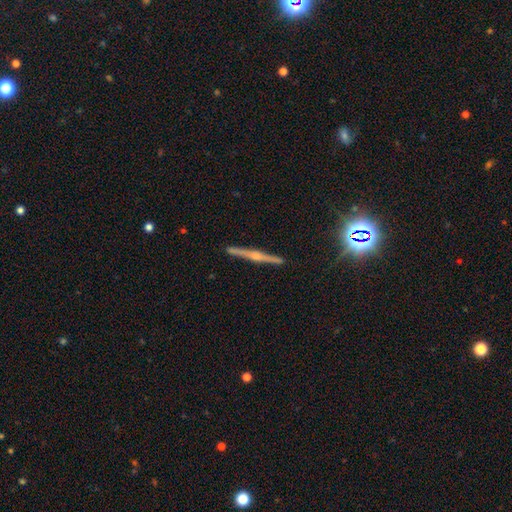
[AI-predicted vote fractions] This is likely a featured or disk galaxy (78%). It is clearly viewed edge-on (98%). Edge-on bulge: clearly rounded (85%). Merging: clearly none (91%).